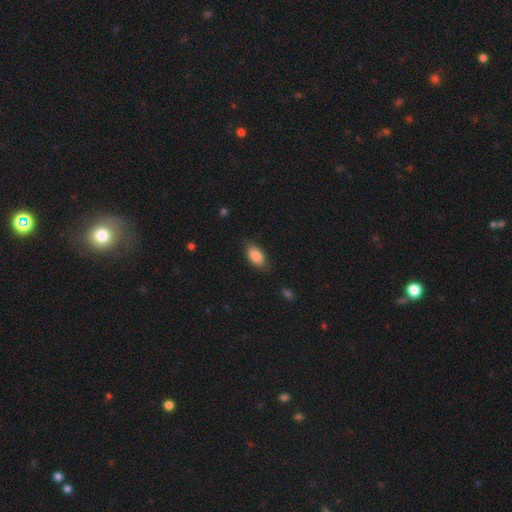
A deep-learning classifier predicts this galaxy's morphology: Overall: smooth (85%). How rounded: in between (92%). Merging: none (75%).